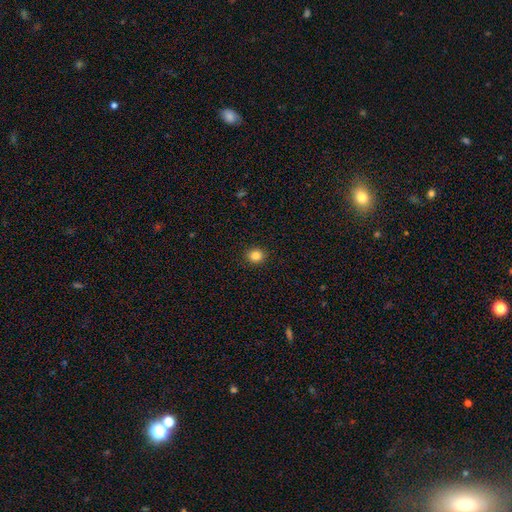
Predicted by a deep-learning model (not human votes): Overall: smooth (84%). How rounded: round (82%). Merging: none (92%).